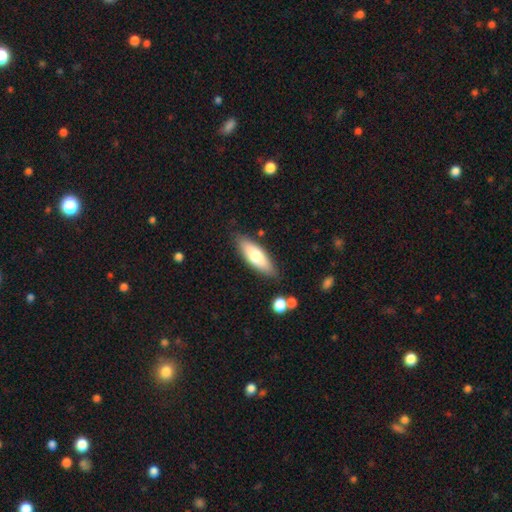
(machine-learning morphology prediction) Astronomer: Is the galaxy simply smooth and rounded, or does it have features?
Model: smooth — 70%.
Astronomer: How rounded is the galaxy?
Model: in between — 53% (runner-up: cigar-shaped, 45%).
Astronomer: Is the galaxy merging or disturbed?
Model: none — 83%.